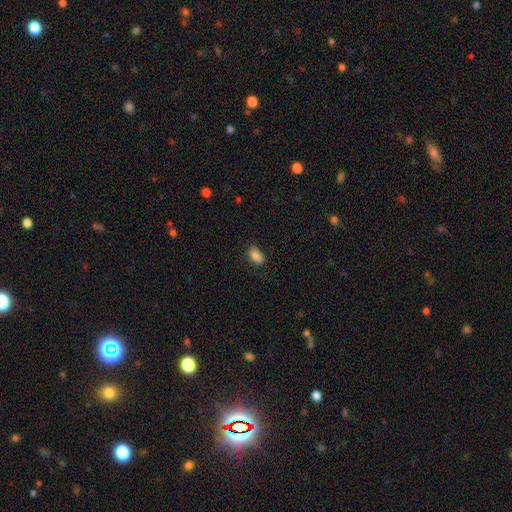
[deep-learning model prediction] Smooth or featured? Predicted: smooth (p=0.87). How rounded? Predicted: in between (p=0.90). Merging? Predicted: none (p=0.80).